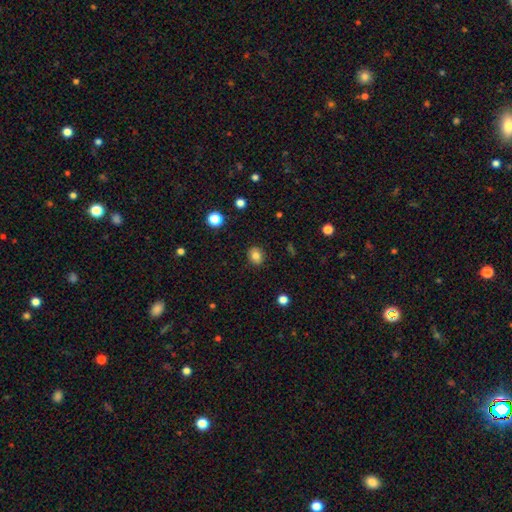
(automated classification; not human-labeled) smooth_or_featured: smooth (p=0.82) [alt: star or artifact p=0.11]
how_rounded: round (p=0.58) [alt: in between p=0.41]
merging: none (p=0.88) [alt: minor disturbance p=0.08]